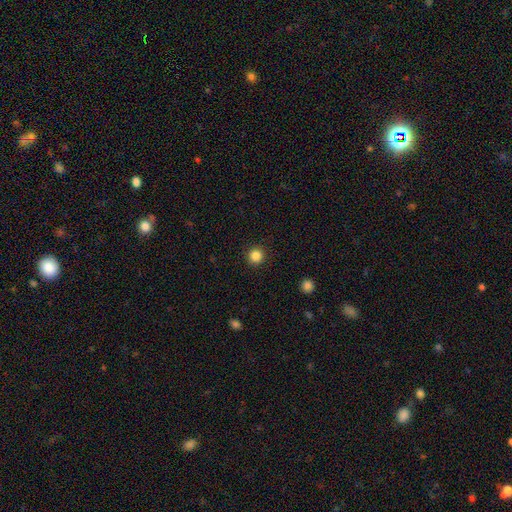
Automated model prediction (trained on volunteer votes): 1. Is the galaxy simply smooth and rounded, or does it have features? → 85% smooth, 11% star or artifact, 4% featured or disk.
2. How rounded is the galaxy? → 94% round, 5% in between, 1% cigar-shaped.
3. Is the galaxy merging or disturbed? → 92% none, 5% minor disturbance, 2% major disturbance, 1% merger.